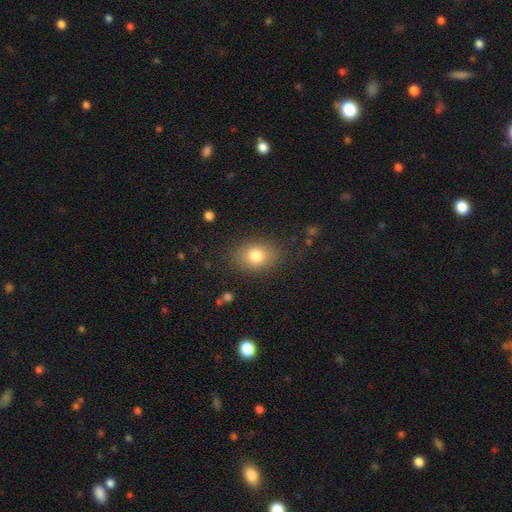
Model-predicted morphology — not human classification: This appears to be a smooth galaxy with no disk features (80%) that is in between round and cigar-shaped (66%). Merging: none (83%).